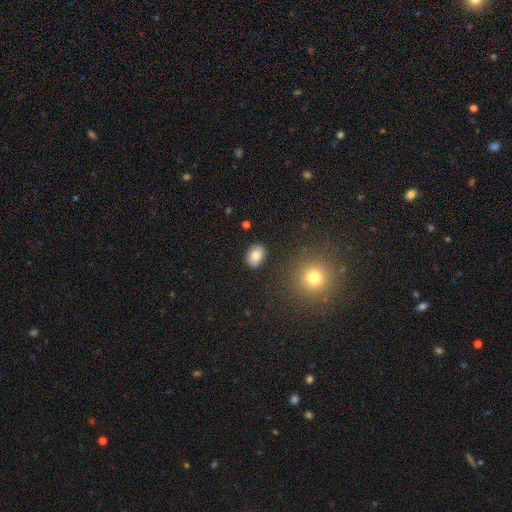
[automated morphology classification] The model was most divided on "how rounded": in between: 75%, round: 23%, cigar-shaped: 1%. More confident: merging — none (87%); smooth or featured — smooth (84%).